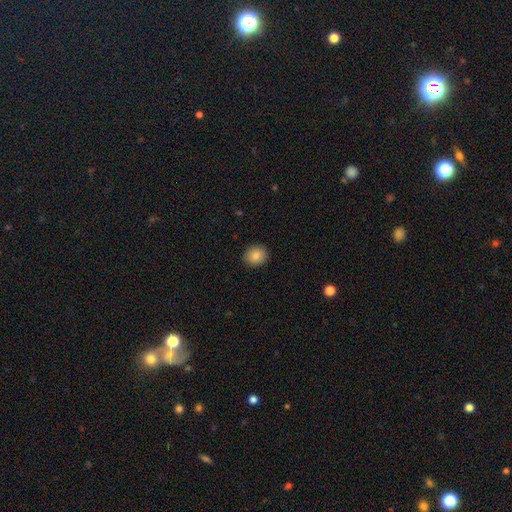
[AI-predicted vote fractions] A smooth galaxy with no disk features (86%) that is round (81%). Merging: none (91%).